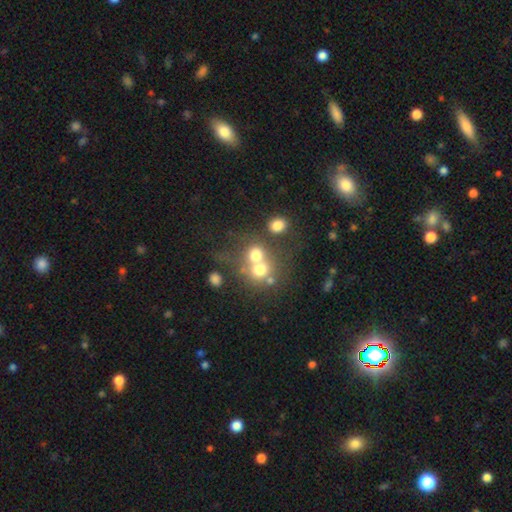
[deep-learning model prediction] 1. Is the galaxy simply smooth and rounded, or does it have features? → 65% smooth, 19% featured or disk, 15% star or artifact.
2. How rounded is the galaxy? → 79% round, 20% in between, 1% cigar-shaped.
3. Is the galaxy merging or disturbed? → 53% merger, 33% none, 8% minor disturbance, 6% major disturbance.